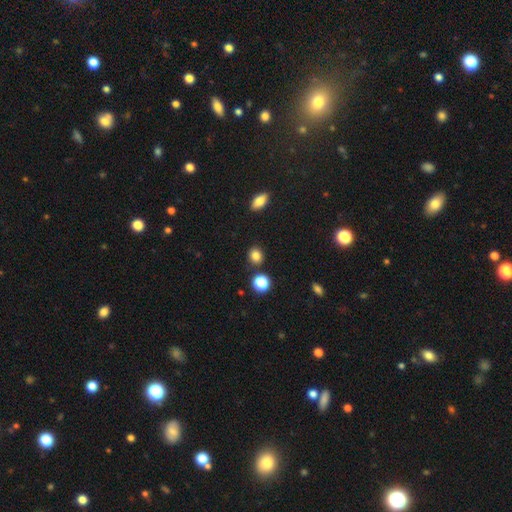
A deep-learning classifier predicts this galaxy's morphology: type=smooth (83%); roundness=round (77%); merging=none (85%).